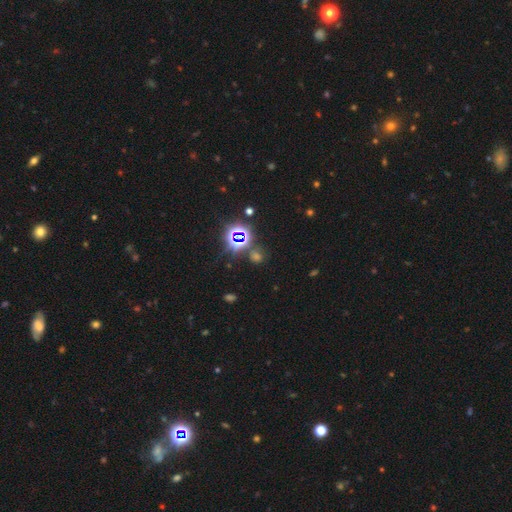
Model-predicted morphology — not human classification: Smooth or featured? star or artifact (64%)